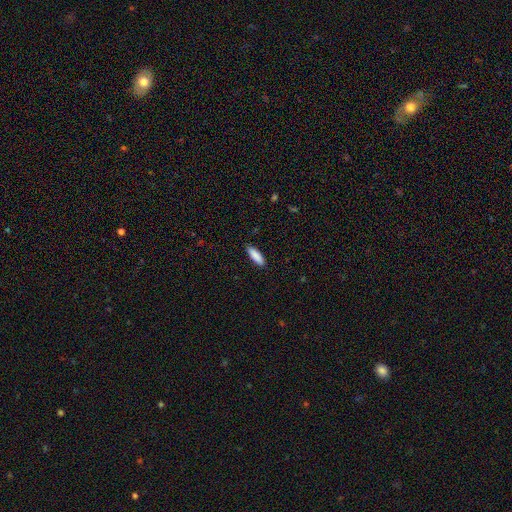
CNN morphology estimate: Smooth or featured: smooth — 89% (star or artifact — 6%)
How rounded: in between — 49% (tied with cigar-shaped — 49%)
Merging: none — 89% (minor disturbance — 8%)